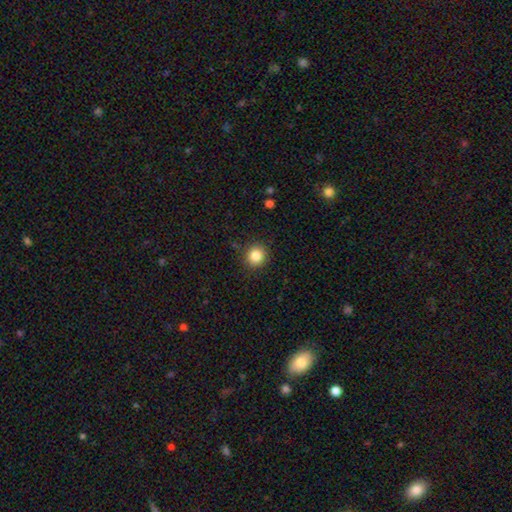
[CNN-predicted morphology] The model was most divided on "smooth or featured": smooth: 84%, star or artifact: 11%, featured or disk: 5%. More confident: how rounded — round (90%); merging — none (90%).